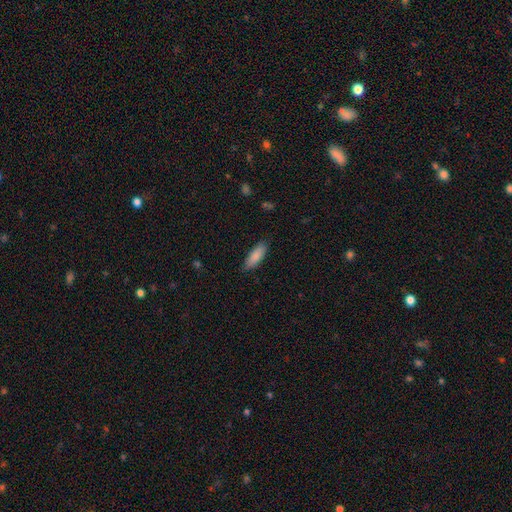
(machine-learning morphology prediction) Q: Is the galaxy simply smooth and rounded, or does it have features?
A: smooth — 86%.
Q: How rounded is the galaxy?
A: in between — 62%.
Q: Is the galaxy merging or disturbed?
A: none — 84%.